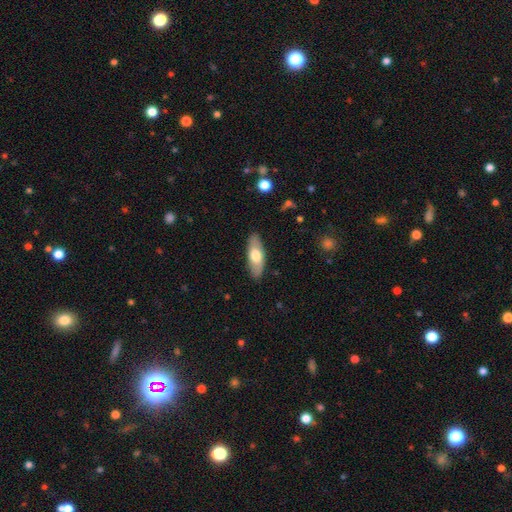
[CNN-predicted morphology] type=smooth (64%); roundness=in between (72%); merging=none (87%).